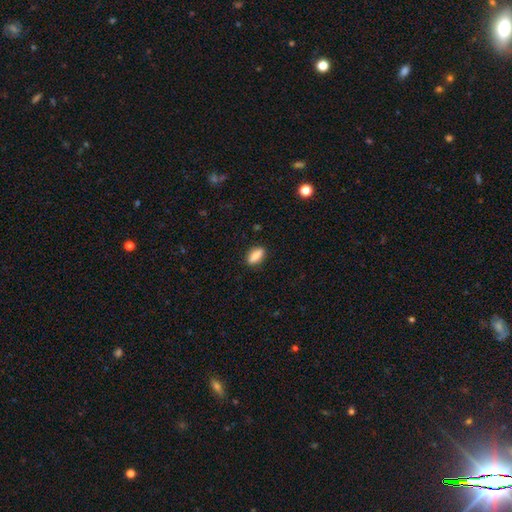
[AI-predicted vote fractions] Q: Smooth or featured?
A: smooth (83%); runner-up: featured or disk (9%)
Q: How rounded?
A: in between (75%); runner-up: cigar-shaped (21%)
Q: Merging?
A: none (87%); runner-up: minor disturbance (10%)